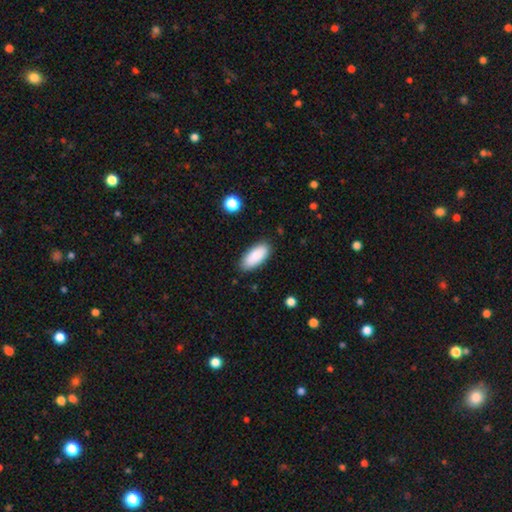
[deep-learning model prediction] Smooth or featured? Predicted: smooth (p=0.88). How rounded? Predicted: in between (p=0.88). Merging? Predicted: none (p=0.86).